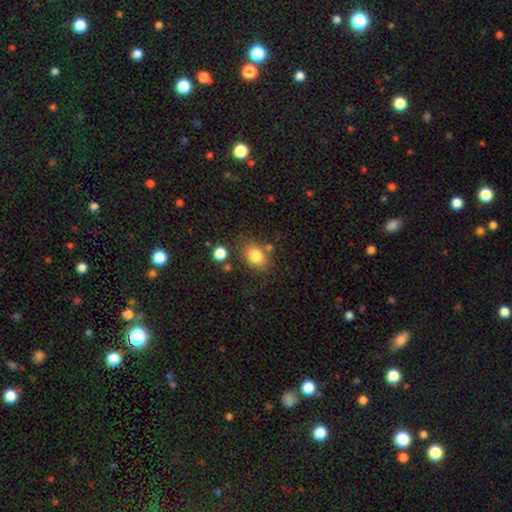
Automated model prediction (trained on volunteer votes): A smooth galaxy with no disk features (82%) that is in between round and cigar-shaped (65%). Merging: none (73%).